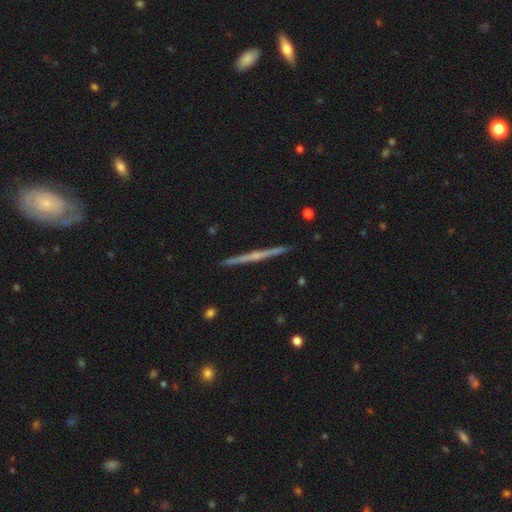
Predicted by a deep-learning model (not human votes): Smooth or featured: featured or disk — 78% (smooth — 17%)
Edge-on disk: yes — 99% (no — 1%)
Edge-on bulge: rounded — 56% (none — 37%)
Merging: none — 93% (minor disturbance — 5%)